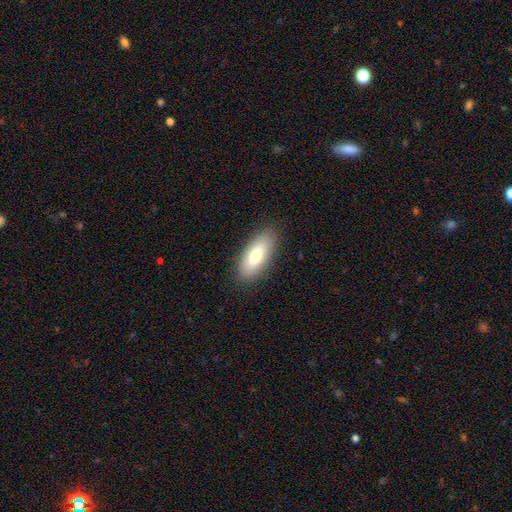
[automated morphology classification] This appears to be a smooth galaxy with no disk features (75%) that is in between round and cigar-shaped (82%). Merging: none (88%).